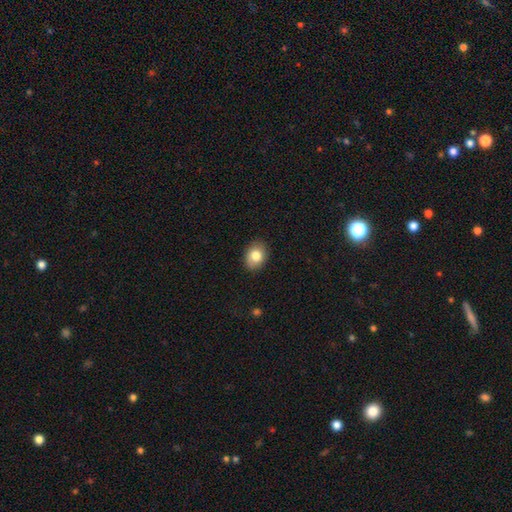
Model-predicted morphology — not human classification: A smooth galaxy with no disk features (80%) that is in between round and cigar-shaped (61%). Merging: none (86%).